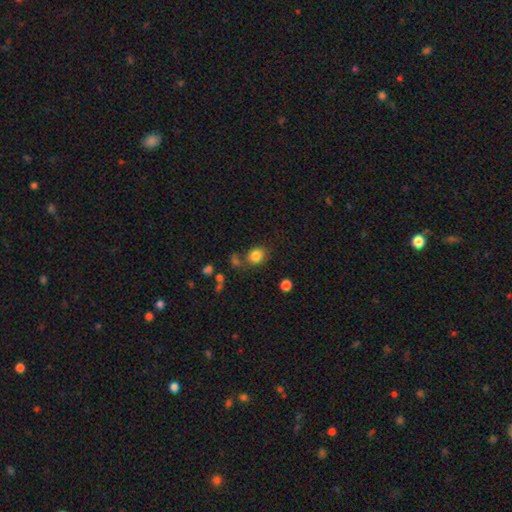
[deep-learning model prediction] A smooth galaxy with no disk features (83%) that is round (59%).

Vote fractions:
- Smooth or featured? smooth: 83% / star or artifact: 11% / featured or disk: 6%
- How rounded? round: 59% / in between: 40% / cigar-shaped: 1%
- Merging? none: 69% / minor disturbance: 14% / merger: 11% / major disturbance: 5%